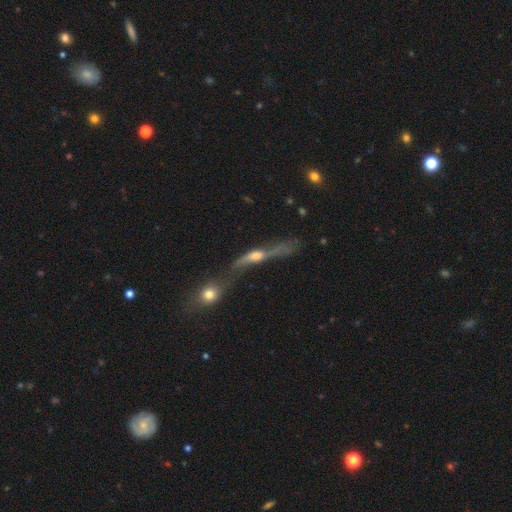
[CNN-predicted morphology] Smooth or featured?
  - featured or disk: 64% *
  - smooth: 25%
  - star or artifact: 12%
Edge-on disk?
  - yes: 65% *
  - no: 35%
Merging?
  - merger: 41% *
  - none: 27%
  - major disturbance: 18%
  - minor disturbance: 14%